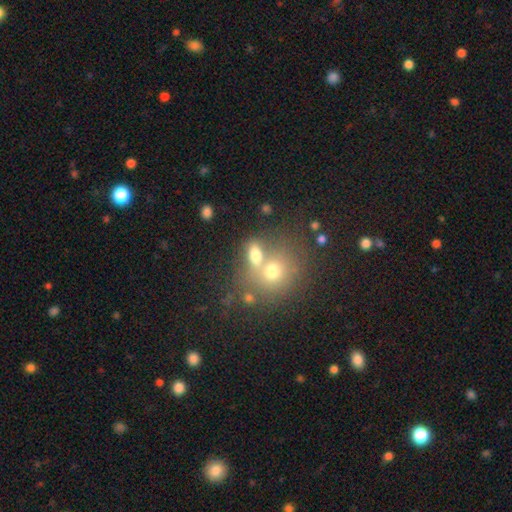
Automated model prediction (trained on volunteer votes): smooth-or-featured: smooth: 70% | featured or disk: 16% | star or artifact: 15%
  how-rounded: in between: 60% | round: 37% | cigar-shaped: 3%
  merging: merger: 45% | none: 40% | minor disturbance: 10% | major disturbance: 5%